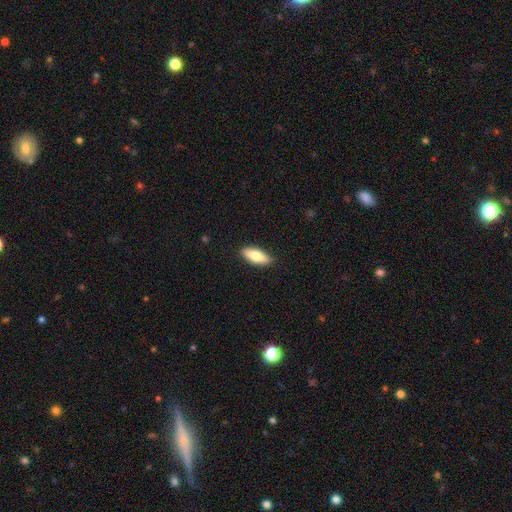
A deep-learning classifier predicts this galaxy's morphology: Smooth or featured?
  - smooth: 73% *
  - featured or disk: 21%
  - star or artifact: 6%
How rounded?
  - in between: 74% *
  - cigar-shaped: 23%
  - round: 3%
Merging?
  - none: 88% *
  - minor disturbance: 9%
  - major disturbance: 2%
  - merger: 1%